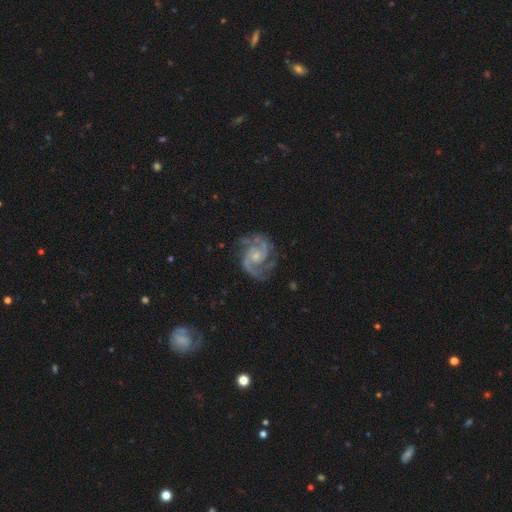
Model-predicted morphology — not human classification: smooth-or-featured: featured or disk: 93% | star or artifact: 4% | smooth: 3%
  disk-edge-on: no: 98% | yes: 2%
    bar: no: 64% | weak: 30% | strong: 6%
    has-spiral-arms: yes: 99% | no: 1%
      spiral-winding: medium: 55% | tight: 37% | loose: 8%
      spiral-arm-count: 2: 84% | 3: 8% | can't tell: 3% | 4: 2% | 1: 2% | more than 4: 2%
    bulge-size: small: 55% | moderate: 36% | none: 6% | large: 2% | dominant: 1%
  merging: none: 75% | minor disturbance: 17% | major disturbance: 7% | merger: 1%